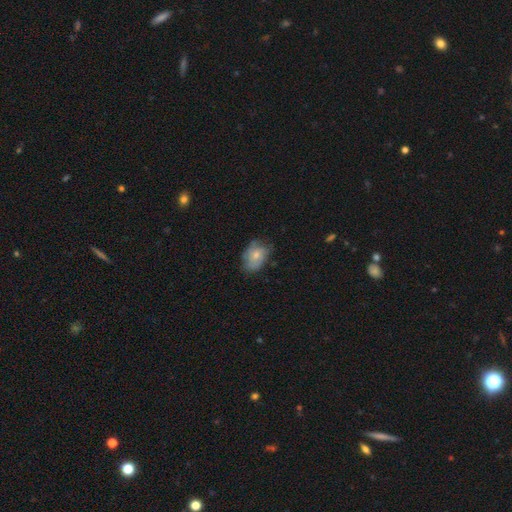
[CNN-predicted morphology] Smooth or featured?
  - smooth: 57% *
  - featured or disk: 35%
  - star or artifact: 8%
How rounded?
  - in between: 74% *
  - round: 24%
  - cigar-shaped: 1%
Merging?
  - none: 56% *
  - minor disturbance: 32%
  - major disturbance: 10%
  - merger: 2%